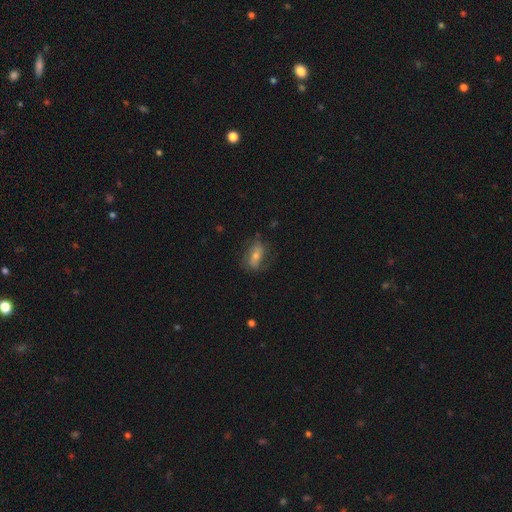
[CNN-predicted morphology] Smooth or featured? featured or disk (48%)
Merging? none (68%)